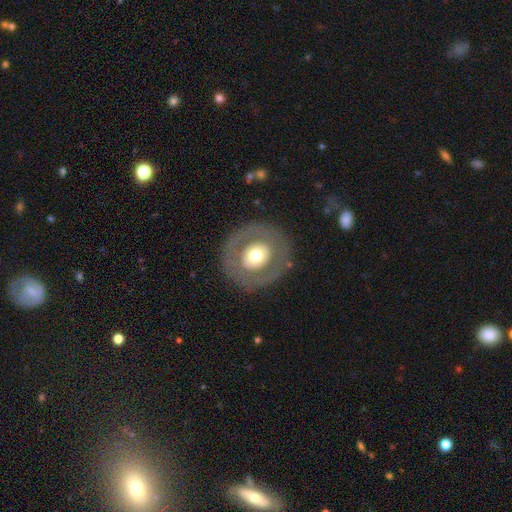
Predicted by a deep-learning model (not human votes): This is possibly a smooth galaxy (48%). Merging: clearly none (84%).